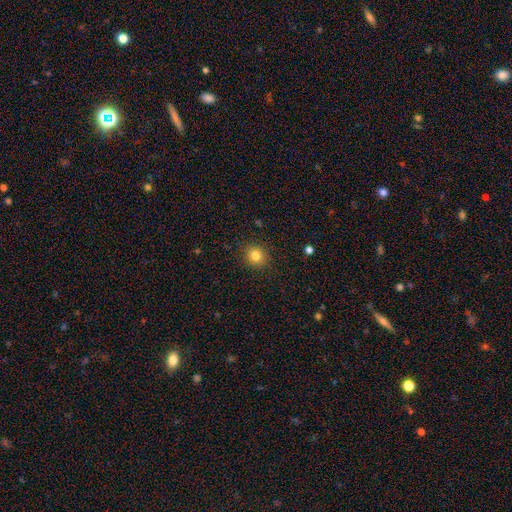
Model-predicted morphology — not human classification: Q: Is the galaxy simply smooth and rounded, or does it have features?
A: smooth — 82%.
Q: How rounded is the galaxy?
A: round — 85%.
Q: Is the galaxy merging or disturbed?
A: none — 90%.